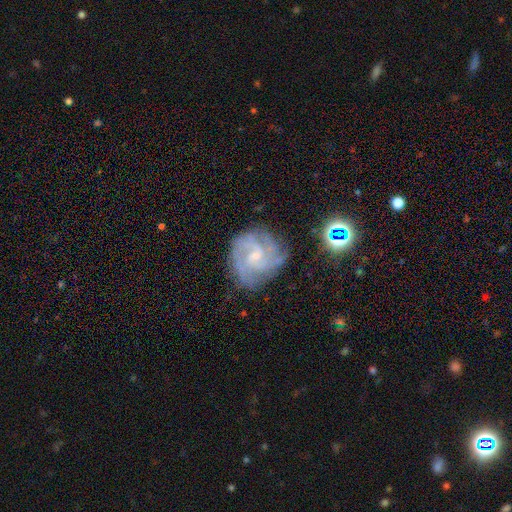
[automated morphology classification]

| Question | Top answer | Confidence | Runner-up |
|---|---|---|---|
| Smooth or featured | featured or disk | 83% | smooth (10%) |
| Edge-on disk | no | 98% | yes (2%) |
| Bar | no | 48% | weak (45%) |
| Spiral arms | yes | 95% | no (5%) |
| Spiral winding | tight | 51% | medium (40%) |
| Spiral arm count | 3 | 28% | can't tell (26%) |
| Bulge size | small | 70% | moderate (22%) |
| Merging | none | 68% | minor disturbance (21%) |